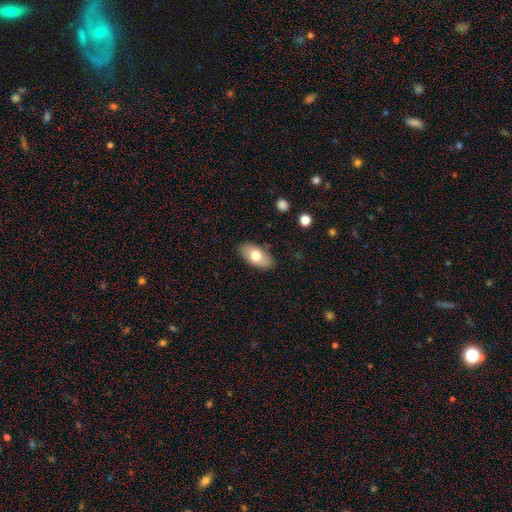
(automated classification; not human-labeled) Smooth or featured?
  - smooth: 72% *
  - featured or disk: 21%
  - star or artifact: 6%
How rounded?
  - in between: 92% *
  - cigar-shaped: 4%
  - round: 4%
Merging?
  - none: 86% *
  - minor disturbance: 11%
  - major disturbance: 2%
  - merger: 1%